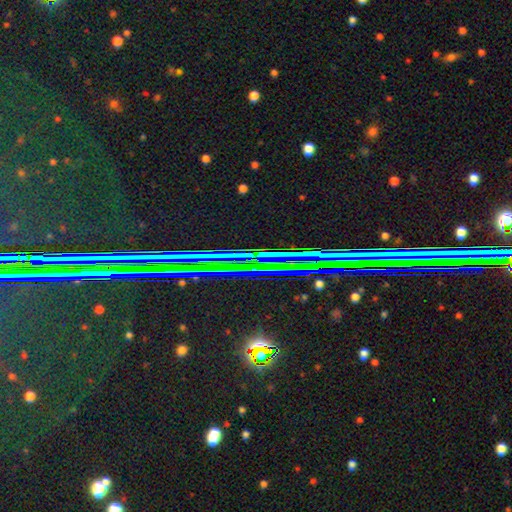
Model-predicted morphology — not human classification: smooth-or-featured: star or artifact: 80% | featured or disk: 11% | smooth: 9%